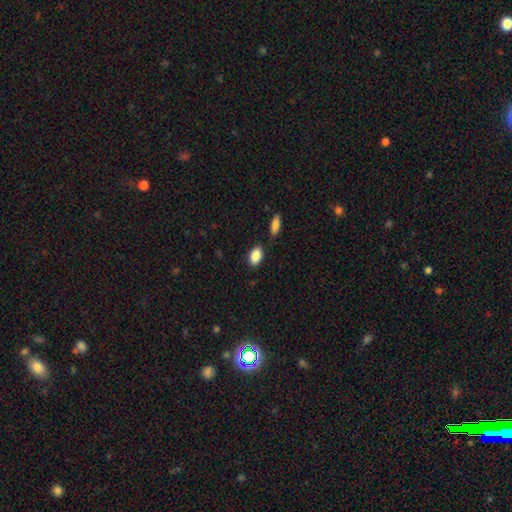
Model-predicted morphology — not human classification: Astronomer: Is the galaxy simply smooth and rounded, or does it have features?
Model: smooth — 87%.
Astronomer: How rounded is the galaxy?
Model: in between — 91%.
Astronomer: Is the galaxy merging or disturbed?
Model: none — 77%.